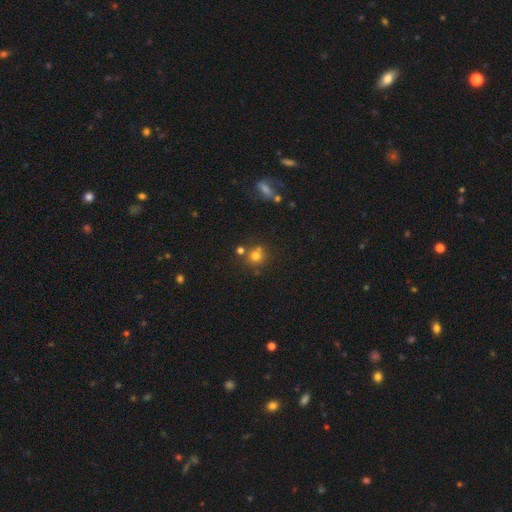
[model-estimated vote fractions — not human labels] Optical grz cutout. It shows a smooth galaxy with no disk features (72%) that is round (88%). Merging: none (65%).